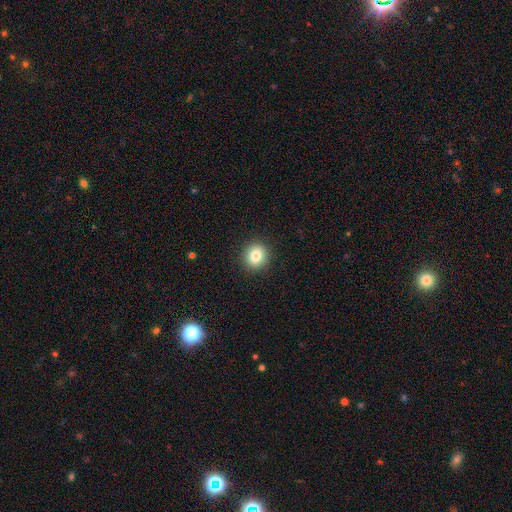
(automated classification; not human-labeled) smooth 82%, star or artifact 10%, featured or disk 8%. Down the decision tree: how rounded — round (86%); merging — none (92%).